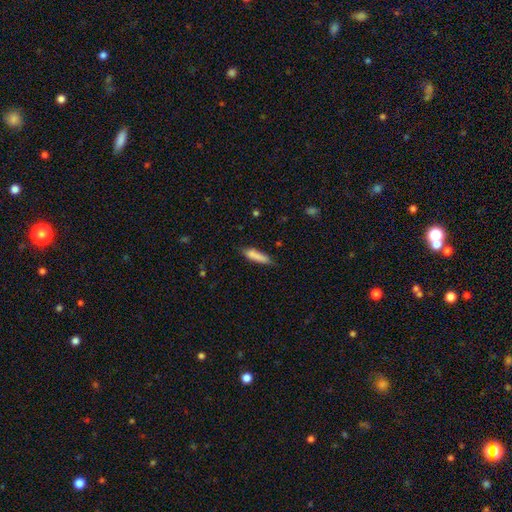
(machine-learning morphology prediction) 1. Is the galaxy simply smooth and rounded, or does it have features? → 83% smooth, 10% featured or disk, 7% star or artifact.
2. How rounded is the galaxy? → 76% cigar-shaped, 22% in between, 2% round.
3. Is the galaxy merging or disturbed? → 70% none, 22% minor disturbance, 4% major disturbance, 3% merger.